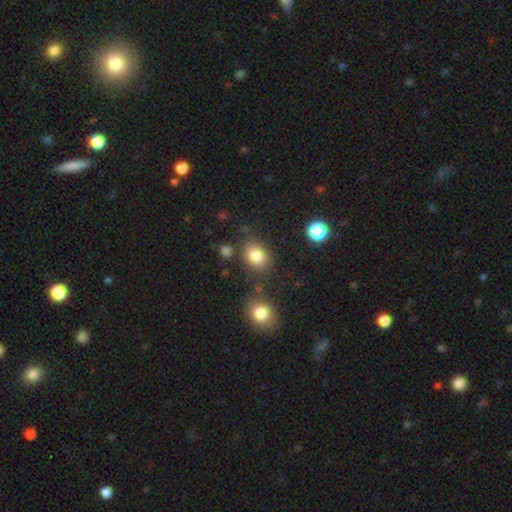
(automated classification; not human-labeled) smooth 82%, star or artifact 11%, featured or disk 7%. Down the decision tree: how rounded — in between (52%); merging — none (74%).